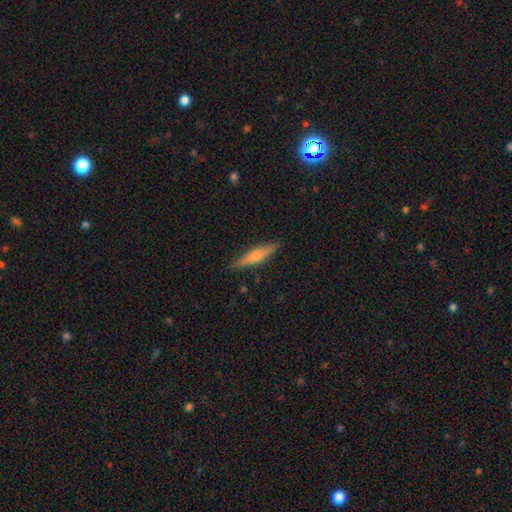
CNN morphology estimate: A smooth galaxy with no disk features (55%) that is cigar-shaped (86%). Merging: none (88%).